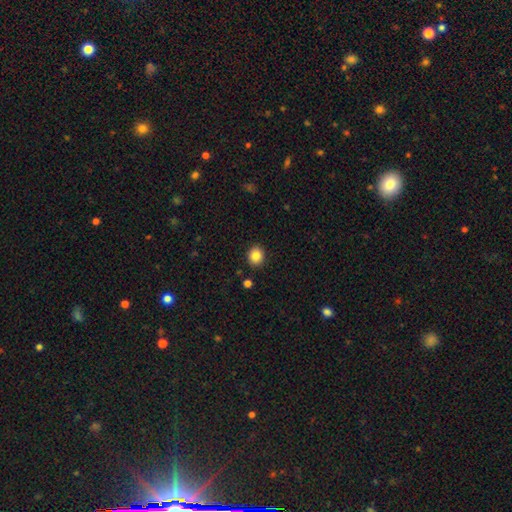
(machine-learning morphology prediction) Smooth or featured? smooth (85%)
How rounded? round (69%)
Merging? none (90%)